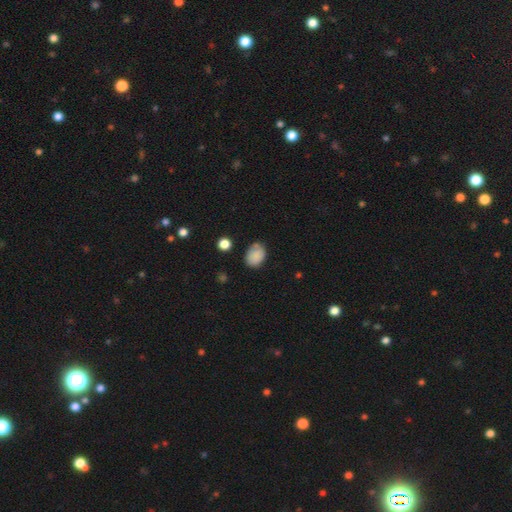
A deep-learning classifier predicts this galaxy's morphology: This is clearly a smooth galaxy (84%). How rounded: likely in between (67%). Merging: likely none (65%).